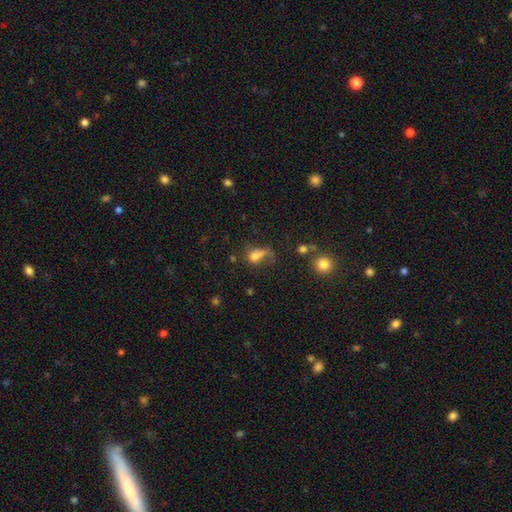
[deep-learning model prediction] smooth-or-featured: smooth: 64% | featured or disk: 20% | star or artifact: 16%
  how-rounded: in between: 55% | round: 40% | cigar-shaped: 5%
  merging: major disturbance: 35% | none: 29% | minor disturbance: 18% | merger: 18%